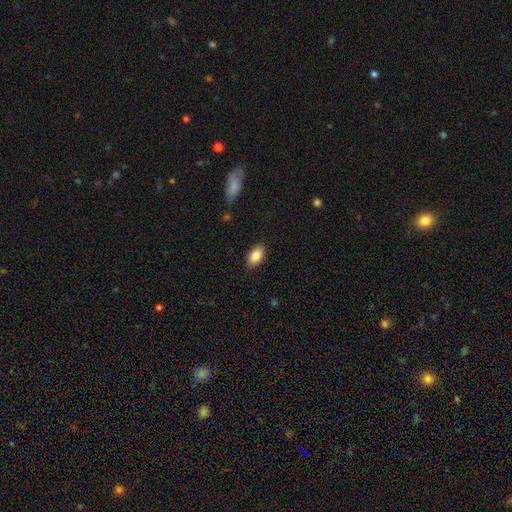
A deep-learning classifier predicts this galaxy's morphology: smooth_or_featured: smooth (p=0.86) [alt: star or artifact p=0.07]
how_rounded: in between (p=0.92) [alt: round p=0.06]
merging: none (p=0.87) [alt: minor disturbance p=0.10]